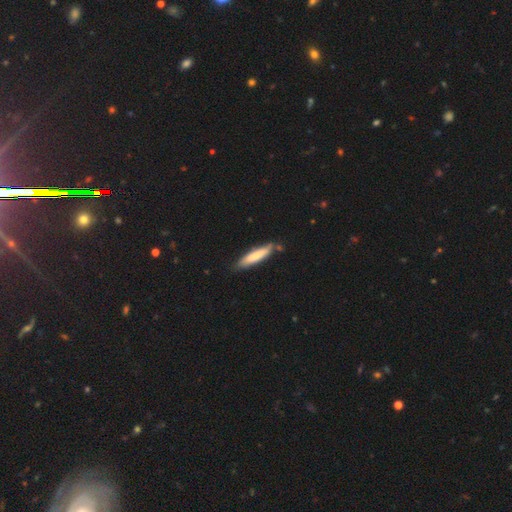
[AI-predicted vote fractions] A smooth galaxy with no disk features (74%) that is cigar-shaped (84%). Merging: none (74%).